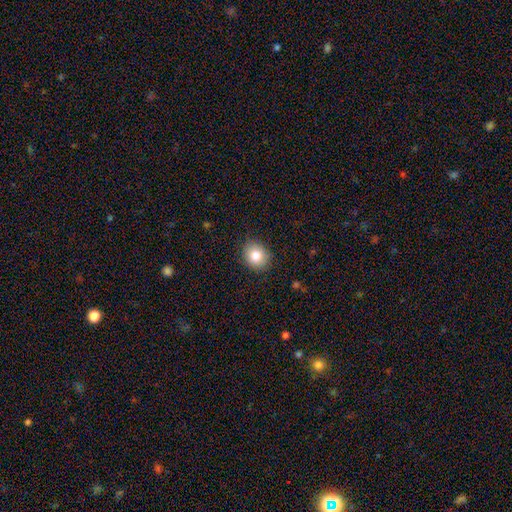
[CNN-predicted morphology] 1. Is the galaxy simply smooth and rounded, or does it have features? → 81% smooth, 10% star or artifact, 9% featured or disk.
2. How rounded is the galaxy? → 68% round, 32% in between, 1% cigar-shaped.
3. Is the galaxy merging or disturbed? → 87% none, 10% minor disturbance, 2% major disturbance, 1% merger.